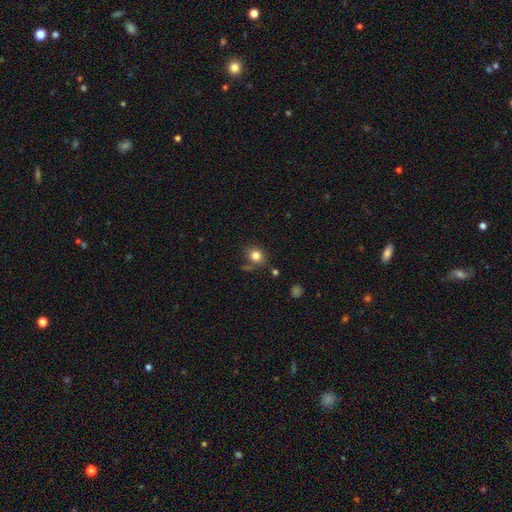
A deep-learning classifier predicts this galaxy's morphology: A smooth galaxy with no disk features (80%) that is round (79%). Merging: none (69%).